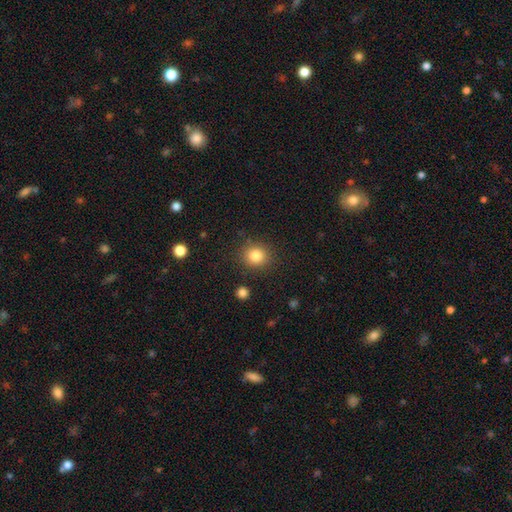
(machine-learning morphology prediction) The model was most divided on "how rounded": round: 84%, in between: 16%, cigar-shaped: 1%. More confident: merging — none (86%); smooth or featured — smooth (84%).